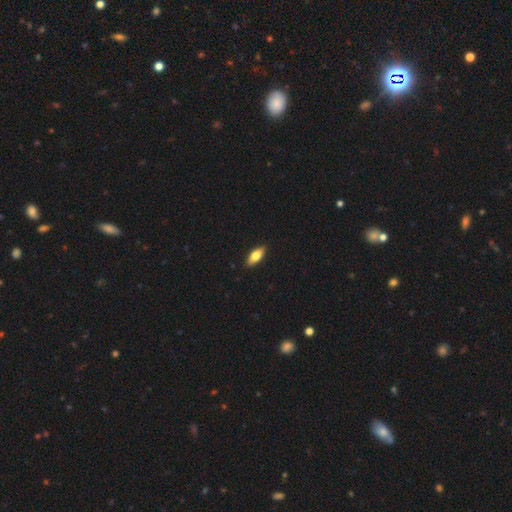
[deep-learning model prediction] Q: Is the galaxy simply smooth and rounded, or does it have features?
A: smooth — 70%.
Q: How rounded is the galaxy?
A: in between — 79%.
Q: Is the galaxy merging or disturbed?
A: none — 90%.